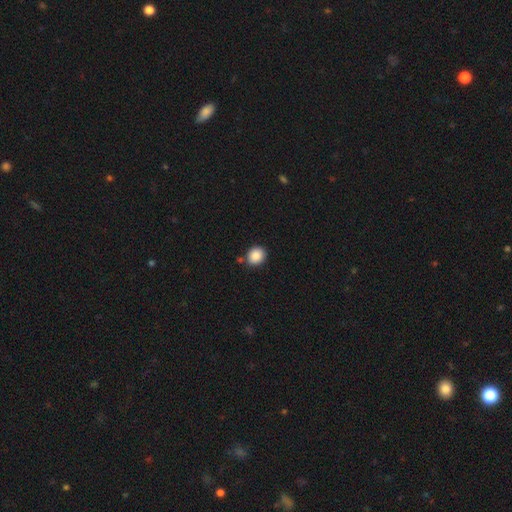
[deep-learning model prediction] Smooth or featured? smooth (88%)
How rounded? round (73%)
Merging? none (81%)